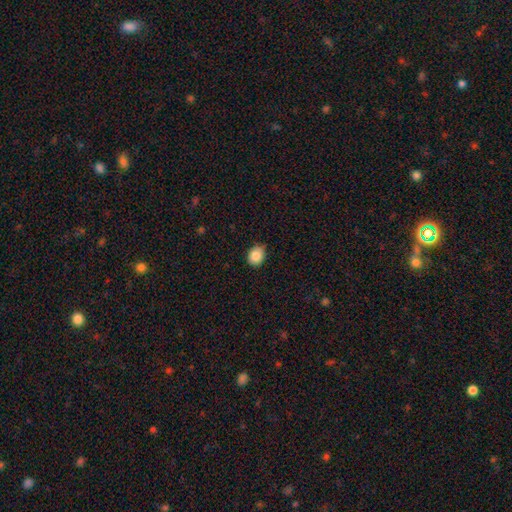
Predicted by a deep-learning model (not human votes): Smooth or featured: smooth — 84% (star or artifact — 9%)
How rounded: round — 58% (in between — 42%)
Merging: none — 80% (minor disturbance — 16%)